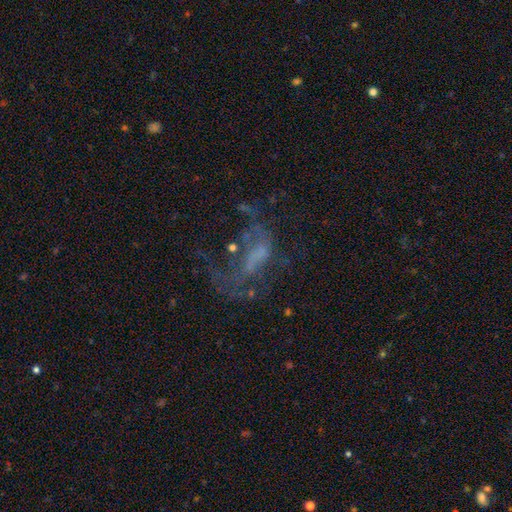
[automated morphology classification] The model was most divided on "merging": major disturbance: 46%, none: 33%, minor disturbance: 14%, merger: 7%. More confident: edge-on disk — no (95%); spiral arms — no (61%); bar — no (59%); smooth or featured — featured or disk (58%); bulge size — none (57%).